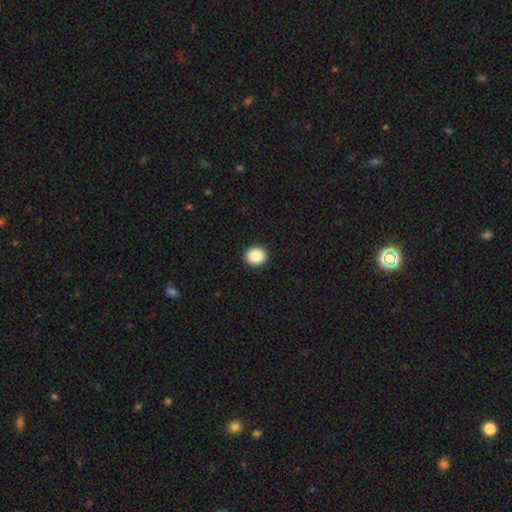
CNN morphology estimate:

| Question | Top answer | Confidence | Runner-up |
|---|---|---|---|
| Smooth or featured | smooth | 88% | star or artifact (9%) |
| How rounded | round | 84% | in between (15%) |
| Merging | none | 93% | minor disturbance (5%) |